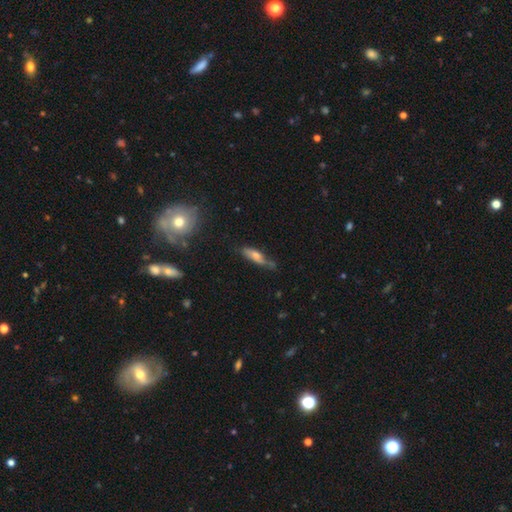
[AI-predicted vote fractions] smooth-or-featured: smooth: 62% | featured or disk: 30% | star or artifact: 8%
  how-rounded: cigar-shaped: 55% | in between: 42% | round: 2%
  merging: none: 51% | minor disturbance: 33% | major disturbance: 11% | merger: 5%